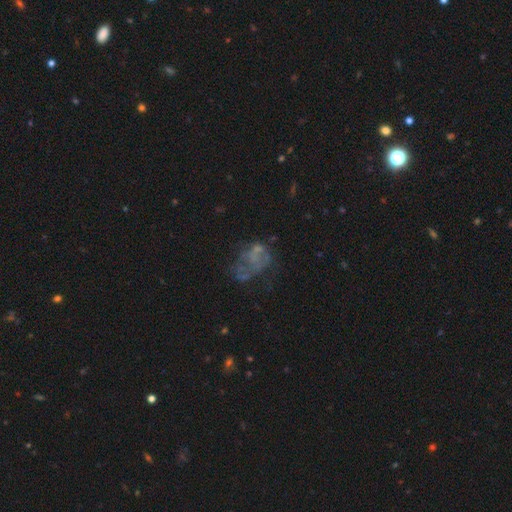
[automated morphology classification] Smooth or featured?
  - featured or disk: 54% *
  - smooth: 29%
  - star or artifact: 18%
Edge-on disk?
  - no: 98% *
  - yes: 2%
Bar?
  - no: 92% *
  - weak: 7%
  - strong: 2%
Spiral arms?
  - no: 90% *
  - yes: 10%
Bulge size?
  - none: 79% *
  - small: 10%
  - moderate: 8%
  - large: 2%
  - dominant: 1%
Merging?
  - none: 36% *
  - major disturbance: 33%
  - minor disturbance: 18%
  - merger: 13%